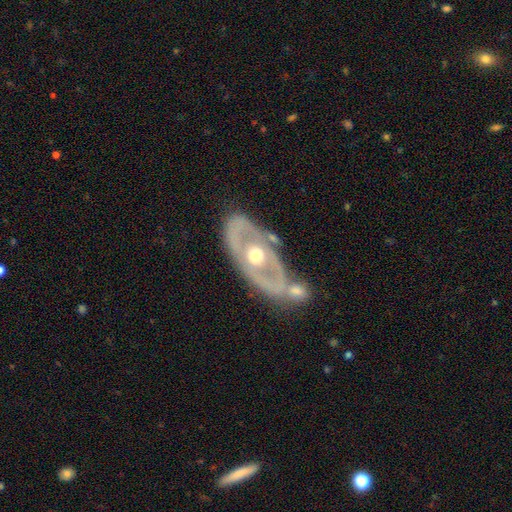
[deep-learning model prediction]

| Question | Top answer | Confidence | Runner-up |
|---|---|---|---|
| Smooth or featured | featured or disk | 76% | smooth (19%) |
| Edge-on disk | no | 89% | yes (11%) |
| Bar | no | 84% | weak (11%) |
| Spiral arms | no | 61% | yes (39%) |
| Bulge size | moderate | 74% | small (17%) |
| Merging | none | 65% | minor disturbance (16%) |